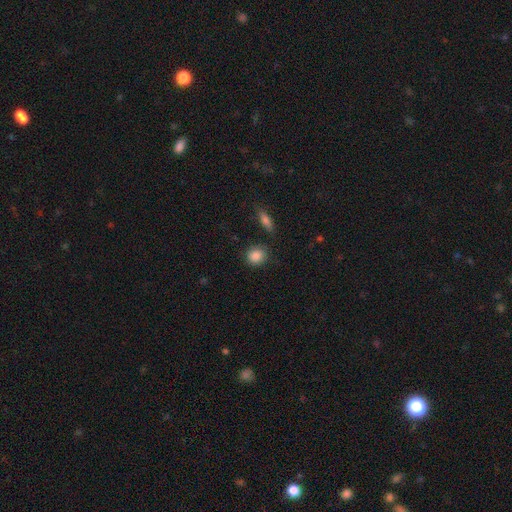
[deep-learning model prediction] The model was most divided on "how rounded": round: 80%, in between: 19%, cigar-shaped: 2%. More confident: smooth or featured — smooth (87%); merging — none (82%).